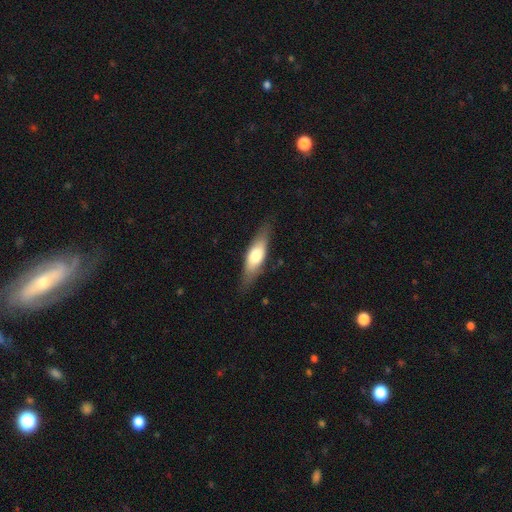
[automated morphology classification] smooth_or_featured: smooth (p=0.61) [alt: featured or disk p=0.33]
how_rounded: in between (p=0.53) [alt: cigar-shaped p=0.45]
merging: none (p=0.79) [alt: minor disturbance p=0.16]